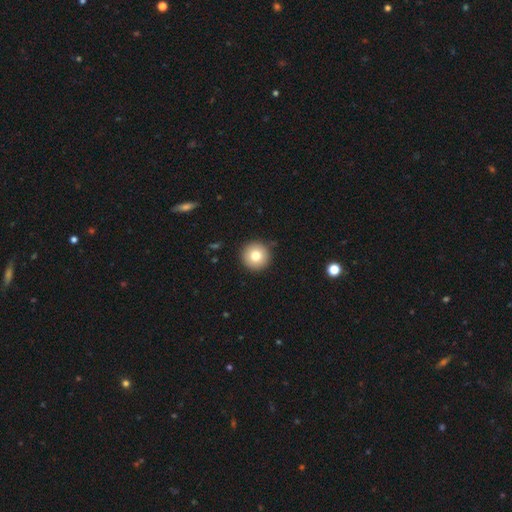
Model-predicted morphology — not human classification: This is likely a smooth galaxy (78%). How rounded: clearly round (96%). Merging: clearly none (91%).